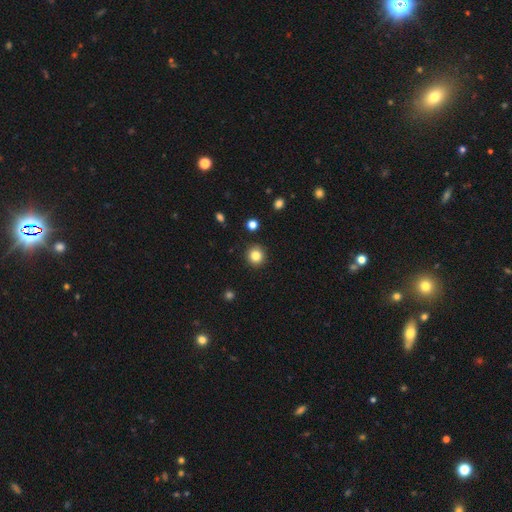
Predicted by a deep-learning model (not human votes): The model was most divided on "smooth or featured": smooth: 83%, star or artifact: 11%, featured or disk: 6%. More confident: how rounded — round (93%); merging — none (92%).